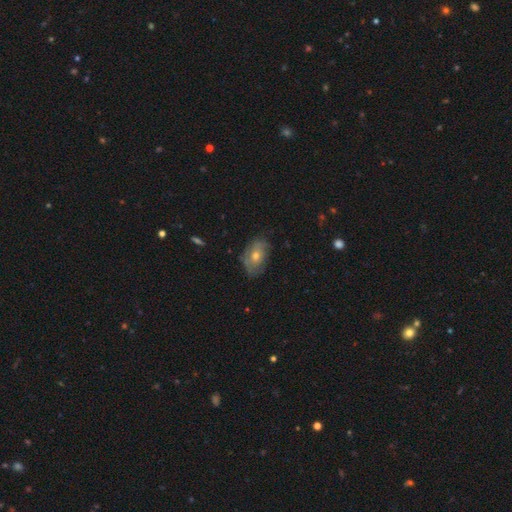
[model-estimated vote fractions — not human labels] smooth_or_featured: featured or disk (p=0.52) [alt: smooth p=0.37]
disk_edge_on: no (p=0.92) [alt: yes p=0.08]
merging: none (p=0.70) [alt: minor disturbance p=0.22]